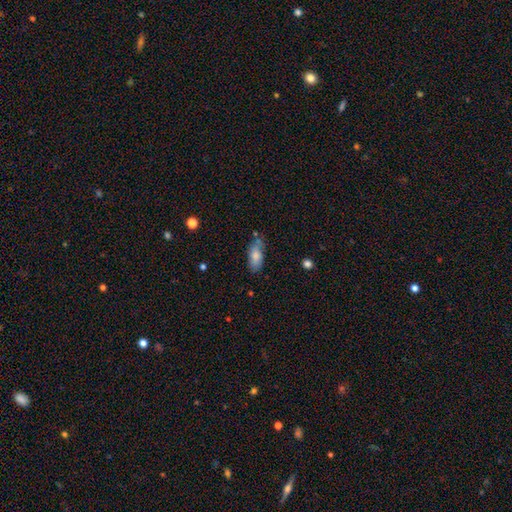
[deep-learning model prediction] Smooth or featured? smooth (78%)
How rounded? in between (82%)
Merging? none (63%)